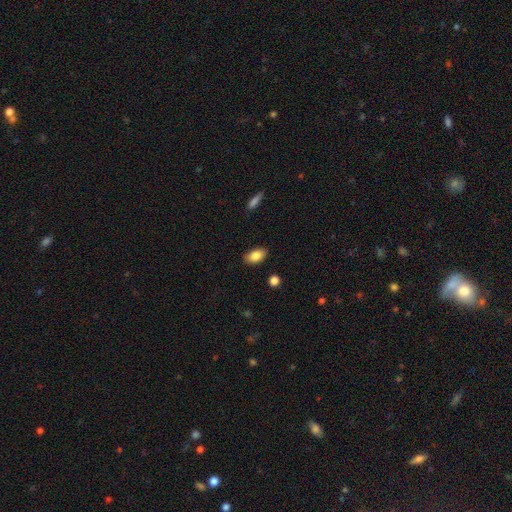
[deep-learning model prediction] smooth-or-featured: smooth: 86% | star or artifact: 7% | featured or disk: 7%
  how-rounded: in between: 92% | round: 5% | cigar-shaped: 3%
  merging: none: 87% | minor disturbance: 10% | major disturbance: 2% | merger: 1%